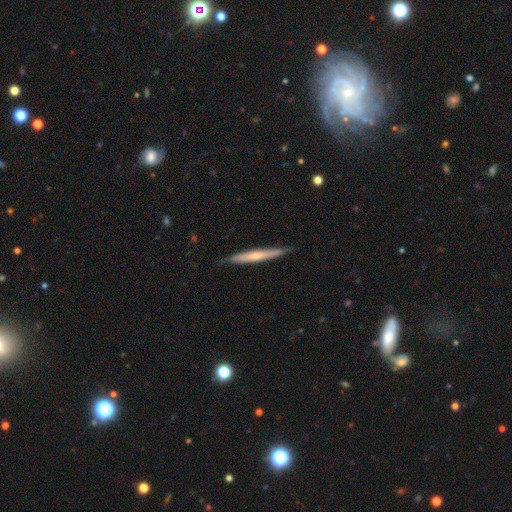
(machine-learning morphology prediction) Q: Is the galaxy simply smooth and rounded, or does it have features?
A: featured or disk — 51%.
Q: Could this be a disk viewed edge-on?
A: yes — 95%.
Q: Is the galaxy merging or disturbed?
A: none — 85%.